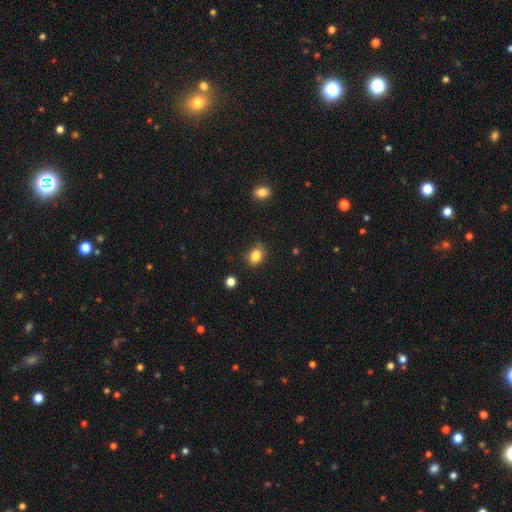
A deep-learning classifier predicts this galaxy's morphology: smooth 84%, star or artifact 10%, featured or disk 6%. Down the decision tree: how rounded — in between (58%); merging — none (78%).